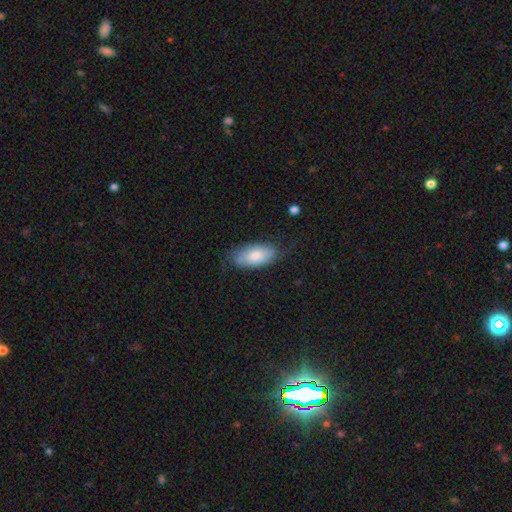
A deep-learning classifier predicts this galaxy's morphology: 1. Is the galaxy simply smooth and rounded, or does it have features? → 78% smooth, 16% featured or disk, 6% star or artifact.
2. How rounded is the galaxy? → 92% in between, 5% cigar-shaped, 3% round.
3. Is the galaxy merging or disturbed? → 68% none, 23% minor disturbance, 8% major disturbance, 1% merger.